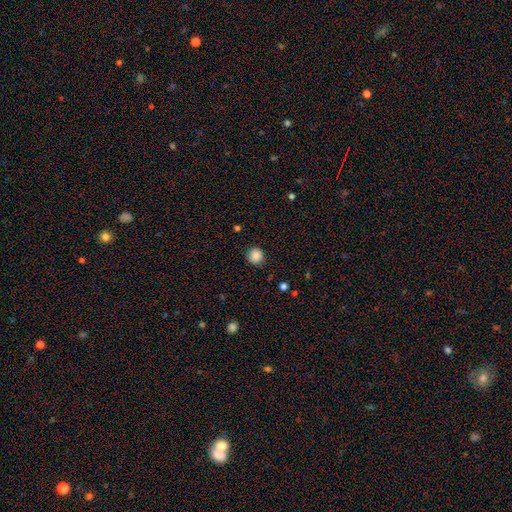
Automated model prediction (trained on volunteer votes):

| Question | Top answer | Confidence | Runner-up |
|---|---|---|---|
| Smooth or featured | smooth | 87% | star or artifact (10%) |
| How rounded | round | 91% | in between (8%) |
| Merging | none | 87% | minor disturbance (9%) |